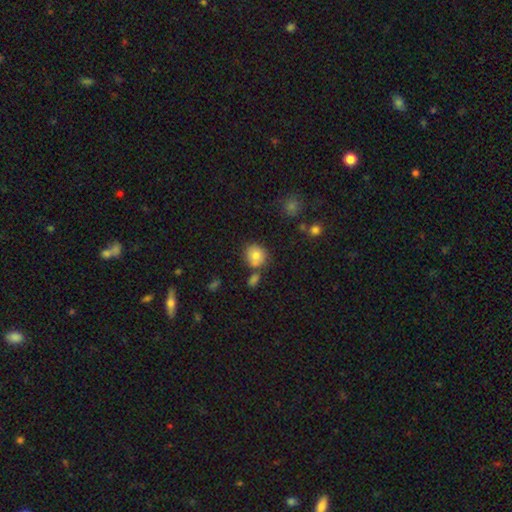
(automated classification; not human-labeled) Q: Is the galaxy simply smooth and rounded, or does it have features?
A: smooth — 81%.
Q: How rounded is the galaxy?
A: round — 82%.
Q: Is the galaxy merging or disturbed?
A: none — 64%.